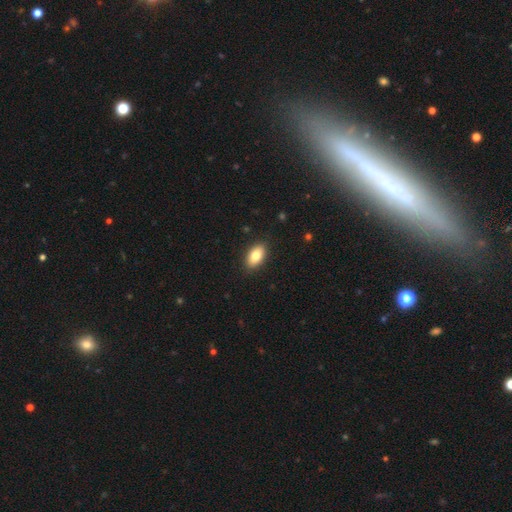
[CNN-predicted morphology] A smooth galaxy with no disk features (82%) that is in between round and cigar-shaped (92%).

Vote fractions:
- Smooth or featured? smooth: 82% / featured or disk: 11% / star or artifact: 7%
- How rounded? in between: 92% / round: 5% / cigar-shaped: 3%
- Merging? none: 89% / minor disturbance: 9% / major disturbance: 2% / merger: 1%